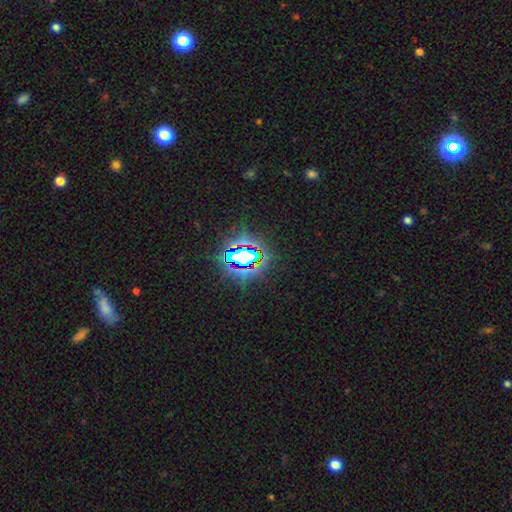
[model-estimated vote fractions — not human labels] Smooth or featured: star or artifact — 74% (smooth — 15%)